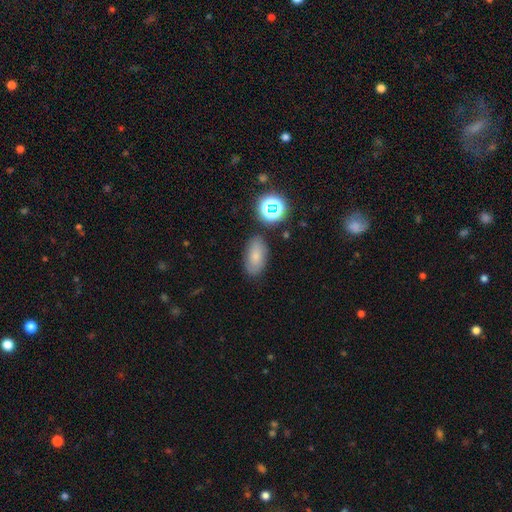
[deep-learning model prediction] Smooth or featured? Predicted: smooth (p=0.71). How rounded? Predicted: in between (p=0.89). Merging? Predicted: none (p=0.78).